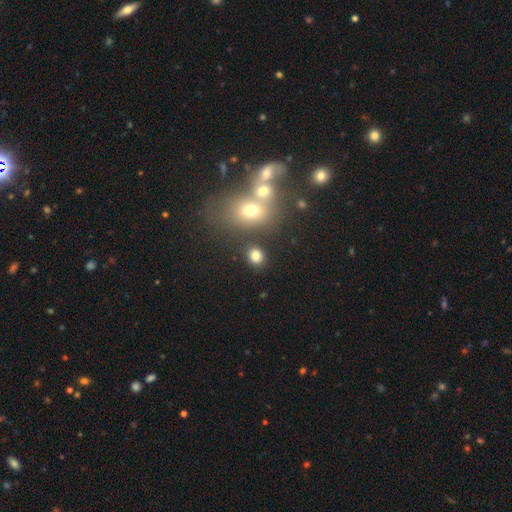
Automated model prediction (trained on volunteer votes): smooth-or-featured: smooth: 80% | star or artifact: 13% | featured or disk: 7%
  how-rounded: round: 65% | in between: 34% | cigar-shaped: 1%
  merging: none: 78% | merger: 10% | minor disturbance: 8% | major disturbance: 4%